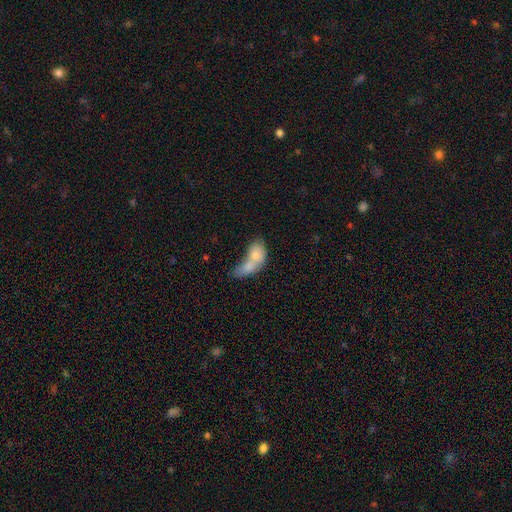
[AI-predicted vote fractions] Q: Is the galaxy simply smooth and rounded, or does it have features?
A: smooth — 71%.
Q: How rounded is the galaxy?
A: in between — 78%.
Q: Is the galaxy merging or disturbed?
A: merger — 70%.